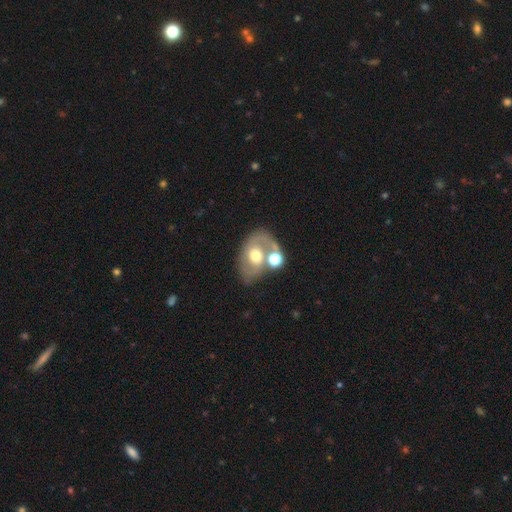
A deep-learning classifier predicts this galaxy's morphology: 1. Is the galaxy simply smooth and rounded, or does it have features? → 60% featured or disk, 31% smooth, 9% star or artifact.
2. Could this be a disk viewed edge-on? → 95% no, 5% yes.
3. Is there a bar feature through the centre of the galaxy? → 68% no, 24% weak, 8% strong.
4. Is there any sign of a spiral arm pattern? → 57% yes, 43% no.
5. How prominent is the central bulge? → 66% moderate, 20% large, 10% small, 2% dominant, 2% none.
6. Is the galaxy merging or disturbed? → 50% none, 26% merger, 16% minor disturbance, 9% major disturbance.